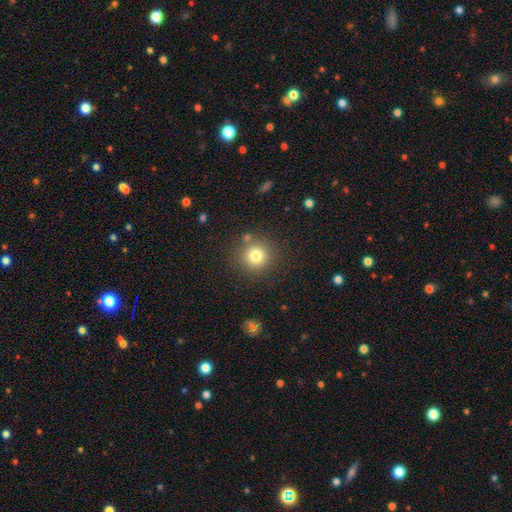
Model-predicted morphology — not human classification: Overall: smooth (79%). How rounded: round (93%). Merging: none (84%).